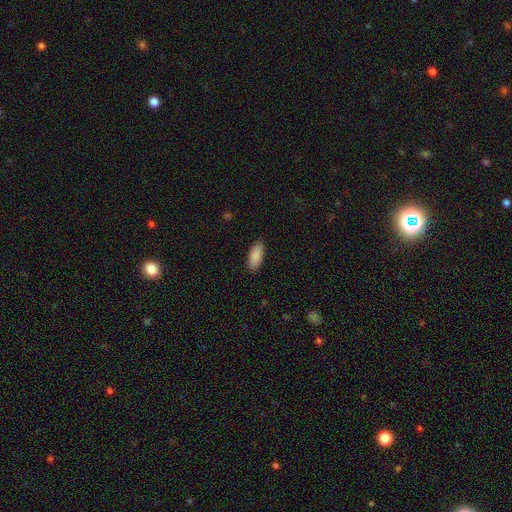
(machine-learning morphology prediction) Smooth or featured: smooth — 90% (star or artifact — 6%)
How rounded: in between — 84% (cigar-shaped — 15%)
Merging: none — 88% (minor disturbance — 9%)